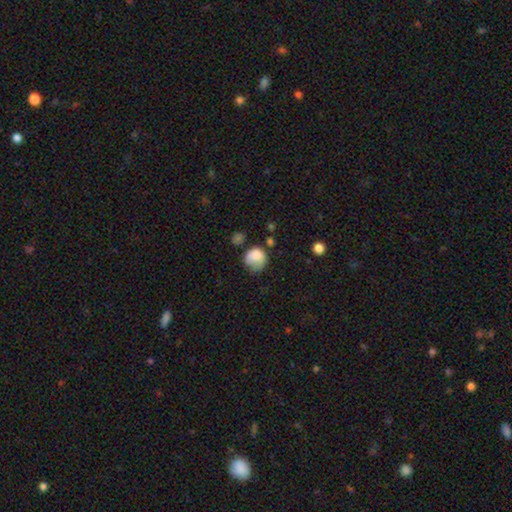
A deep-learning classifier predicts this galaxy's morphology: This is likely a smooth galaxy (79%). How rounded: likely round (71%). Merging: marginally none (37%).